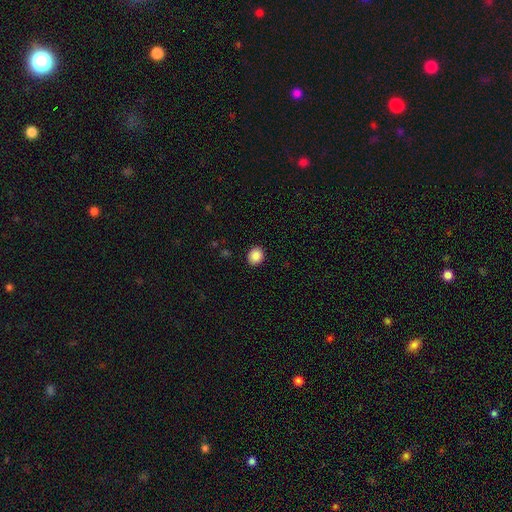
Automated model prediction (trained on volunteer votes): Smooth or featured: smooth — 88% (star or artifact — 9%)
How rounded: round — 71% (in between — 28%)
Merging: none — 91% (minor disturbance — 6%)